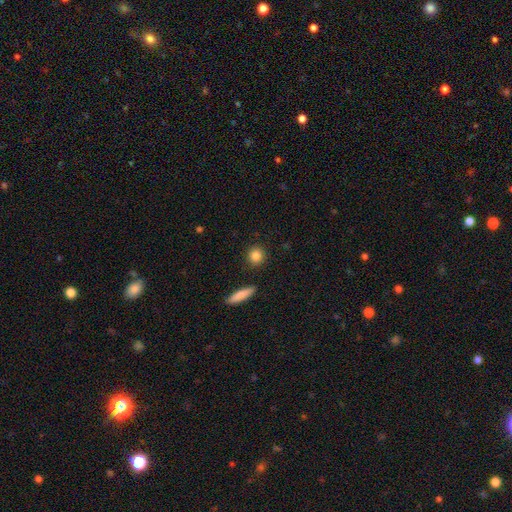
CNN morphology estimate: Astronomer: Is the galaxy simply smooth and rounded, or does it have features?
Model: smooth — 84%.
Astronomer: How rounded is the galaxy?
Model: round — 84%.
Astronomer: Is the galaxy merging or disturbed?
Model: none — 90%.